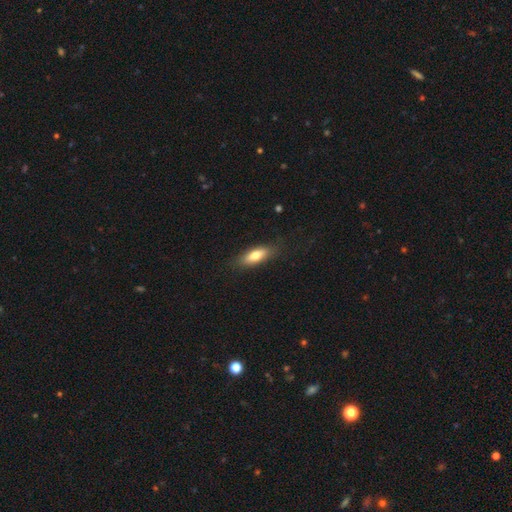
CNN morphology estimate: Smooth or featured?
  - smooth: 71% *
  - featured or disk: 23%
  - star or artifact: 6%
How rounded?
  - in between: 65% *
  - cigar-shaped: 33%
  - round: 3%
Merging?
  - none: 84% *
  - minor disturbance: 12%
  - major disturbance: 3%
  - merger: 1%